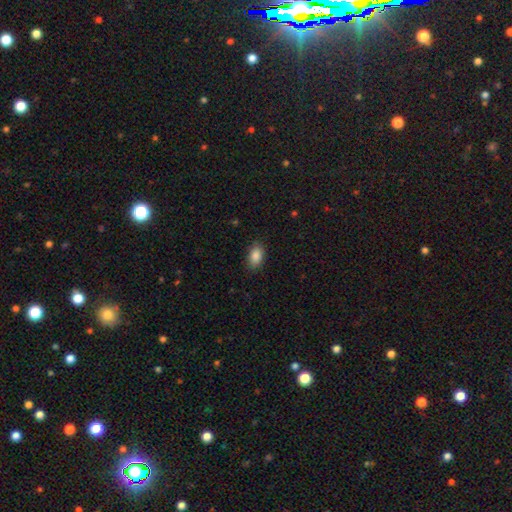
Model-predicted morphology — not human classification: smooth_or_featured: smooth (p=0.87) [alt: star or artifact p=0.08]
how_rounded: in between (p=0.90) [alt: round p=0.08]
merging: none (p=0.86) [alt: minor disturbance p=0.10]